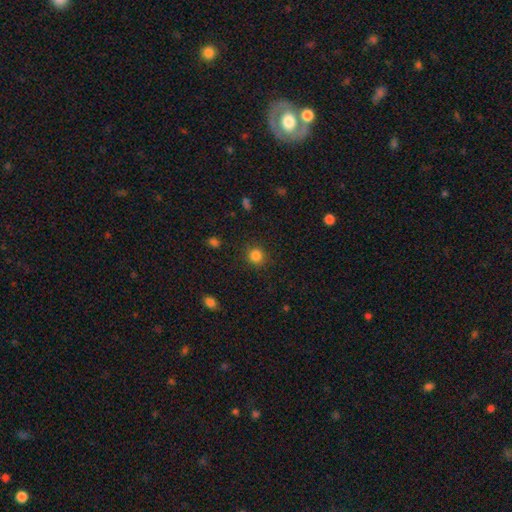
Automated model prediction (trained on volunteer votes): This appears to be a smooth galaxy with no disk features (84%) that is round (90%). Merging: none (89%).